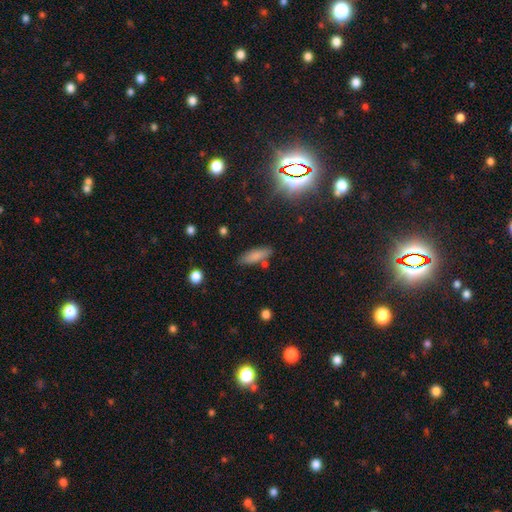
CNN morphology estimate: smooth-or-featured: smooth: 80% | featured or disk: 10% | star or artifact: 9%
  how-rounded: in between: 54% | cigar-shaped: 43% | round: 2%
  merging: none: 78% | minor disturbance: 13% | merger: 6% | major disturbance: 3%